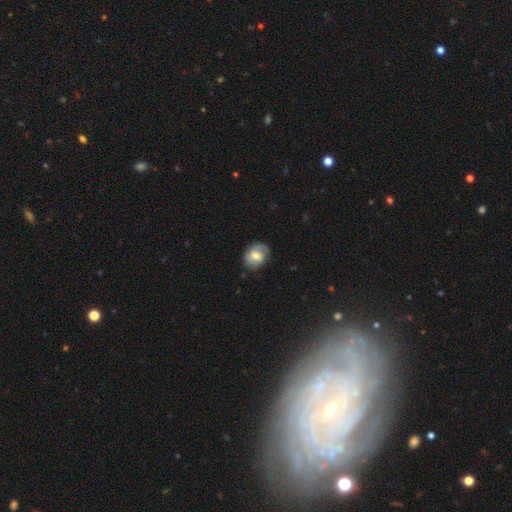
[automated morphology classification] type=smooth (50%); merging=none (72%).